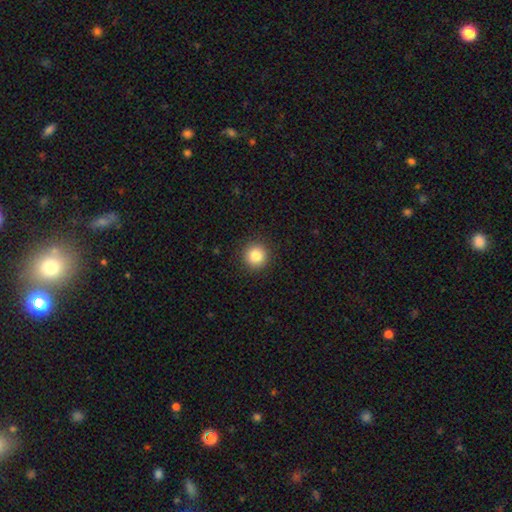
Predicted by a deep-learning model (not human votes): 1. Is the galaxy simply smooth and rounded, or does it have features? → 84% smooth, 10% star or artifact, 6% featured or disk.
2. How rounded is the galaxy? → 95% round, 4% in between, 1% cigar-shaped.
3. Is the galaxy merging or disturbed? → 92% none, 5% minor disturbance, 2% major disturbance, 1% merger.